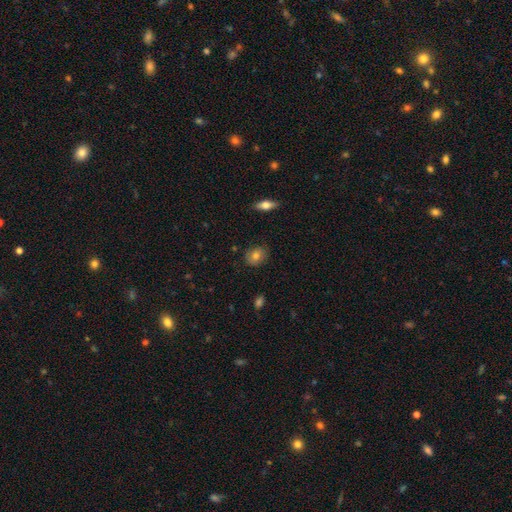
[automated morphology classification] A smooth galaxy with no disk features (78%) that is in between round and cigar-shaped (50%).

Vote fractions:
- Smooth or featured? smooth: 78% / featured or disk: 13% / star or artifact: 9%
- How rounded? in between: 50% / round: 48% / cigar-shaped: 2%
- Merging? none: 84% / minor disturbance: 12% / major disturbance: 2% / merger: 1%